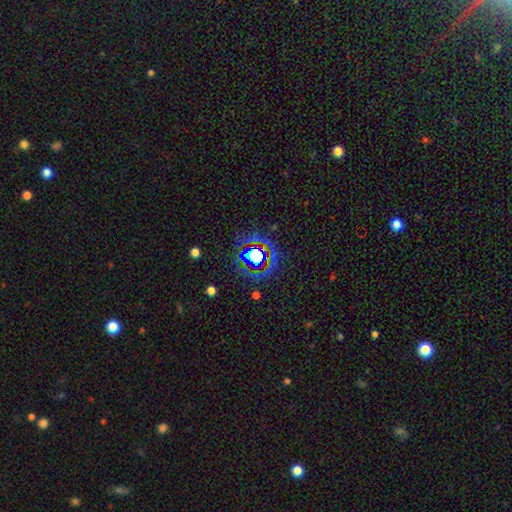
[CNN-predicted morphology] smooth_or_featured: star or artifact (p=0.64) [alt: smooth p=0.22]